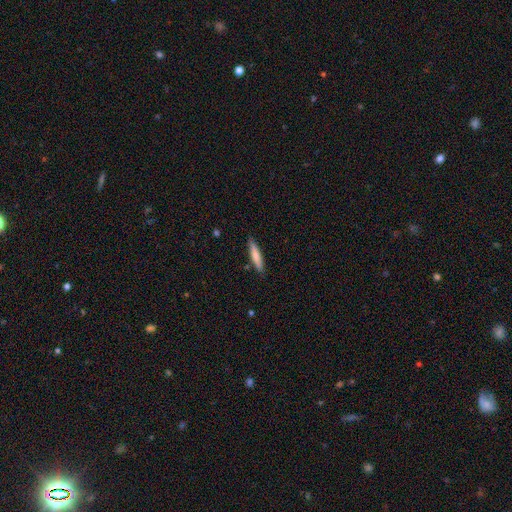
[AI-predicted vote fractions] A smooth galaxy with no disk features (75%) that is cigar-shaped (88%). Merging: none (86%).